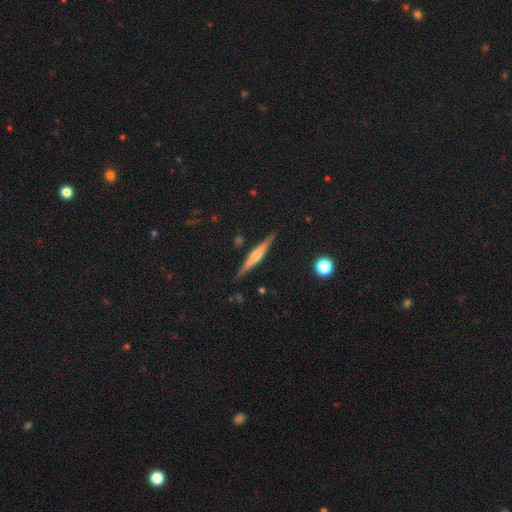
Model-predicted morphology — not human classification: featured or disk 71%, smooth 23%, star or artifact 6%. Down the decision tree: edge-on disk — yes (98%); edge-on bulge — rounded (78%); merging — none (89%).